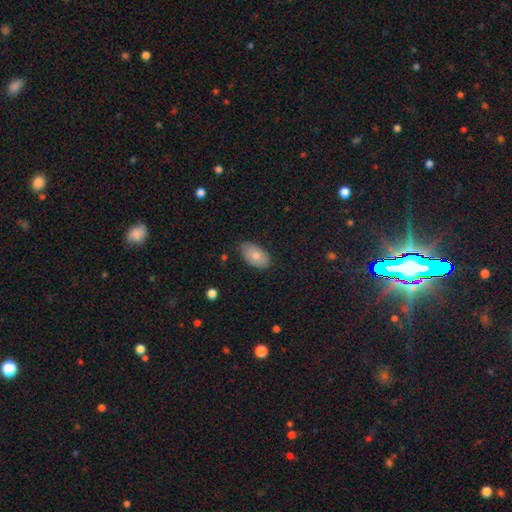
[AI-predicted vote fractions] The model was most divided on "merging": none: 74%, minor disturbance: 21%, major disturbance: 3%, merger: 1%. More confident: how rounded — in between (93%); smooth or featured — smooth (77%).